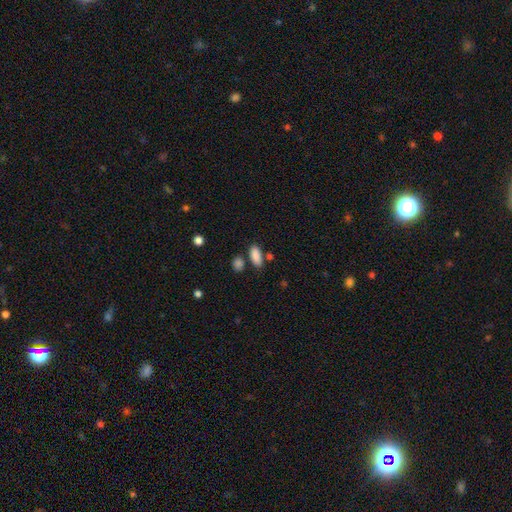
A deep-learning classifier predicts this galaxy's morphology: Q: Smooth or featured?
A: smooth (88%); runner-up: star or artifact (8%)
Q: How rounded?
A: in between (85%); runner-up: cigar-shaped (11%)
Q: Merging?
A: none (75%); runner-up: minor disturbance (12%)